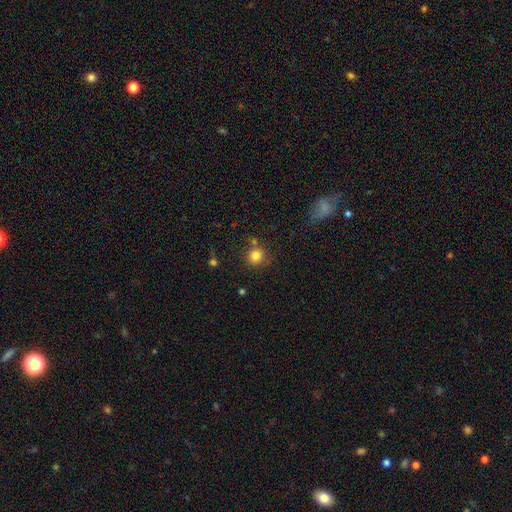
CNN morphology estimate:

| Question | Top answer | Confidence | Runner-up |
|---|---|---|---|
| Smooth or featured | smooth | 82% | star or artifact (12%) |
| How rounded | round | 90% | in between (9%) |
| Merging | none | 77% | minor disturbance (11%) |